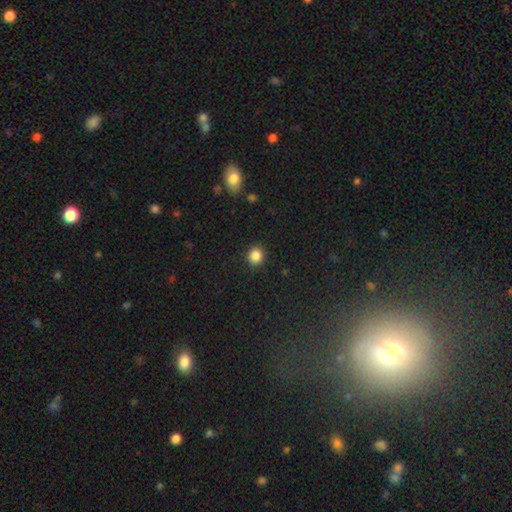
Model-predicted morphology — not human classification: smooth_or_featured: smooth (p=0.86) [alt: star or artifact p=0.11]
how_rounded: round (p=0.87) [alt: in between p=0.12]
merging: none (p=0.90) [alt: minor disturbance p=0.06]